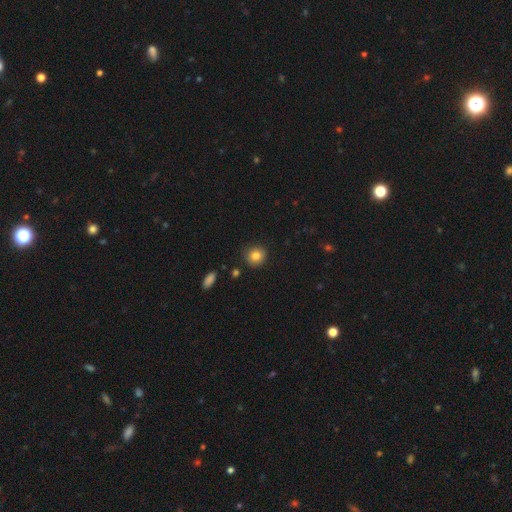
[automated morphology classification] smooth-or-featured: smooth: 83% | star or artifact: 10% | featured or disk: 8%
  how-rounded: round: 88% | in between: 11% | cigar-shaped: 1%
  merging: none: 87% | minor disturbance: 9% | major disturbance: 2% | merger: 2%